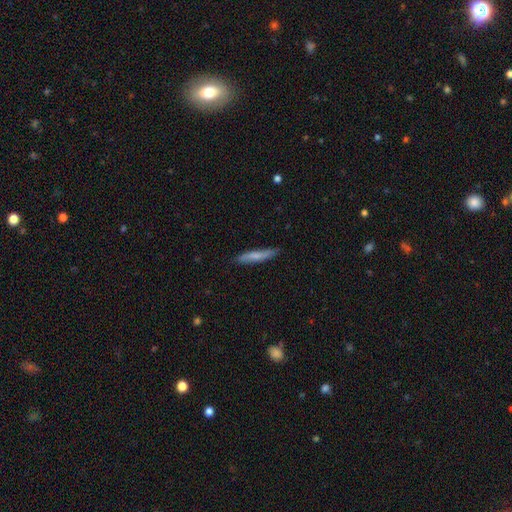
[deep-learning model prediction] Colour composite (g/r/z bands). It shows a smooth galaxy with no disk features (69%) that is cigar-shaped (92%). Merging: none (83%).